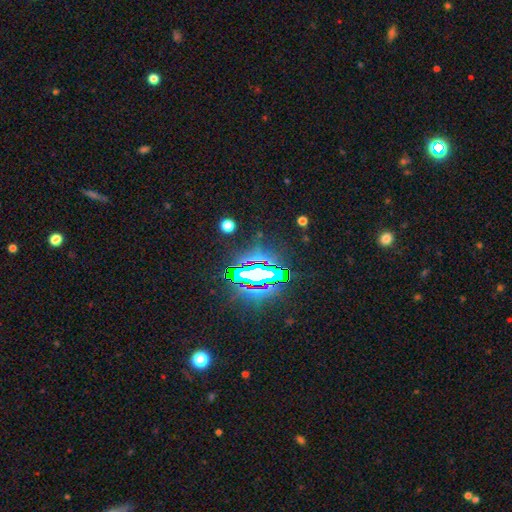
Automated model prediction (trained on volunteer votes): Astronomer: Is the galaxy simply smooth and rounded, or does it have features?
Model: star or artifact — 78%.